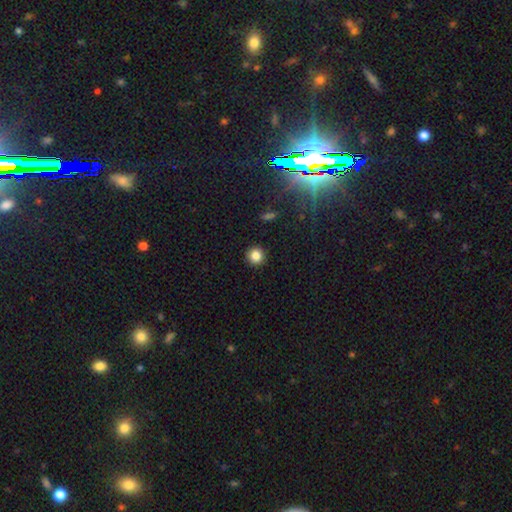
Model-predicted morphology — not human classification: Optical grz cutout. It shows a smooth galaxy with no disk features (84%) that is round (94%). Merging: none (92%).